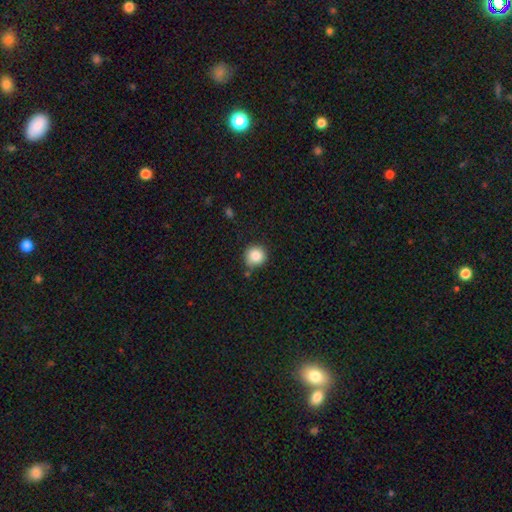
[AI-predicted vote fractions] Smooth or featured? Predicted: smooth (p=0.85). How rounded? Predicted: round (p=0.92). Merging? Predicted: none (p=0.77).